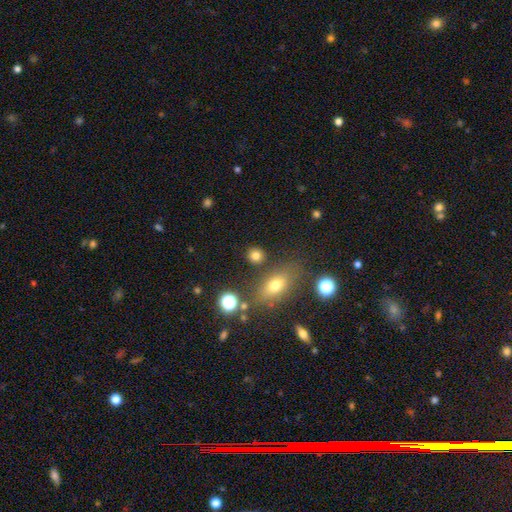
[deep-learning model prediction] Smooth or featured?
  - smooth: 78% *
  - star or artifact: 15%
  - featured or disk: 7%
How rounded?
  - round: 84% *
  - in between: 15%
  - cigar-shaped: 2%
Merging?
  - none: 83% *
  - minor disturbance: 8%
  - merger: 6%
  - major disturbance: 3%